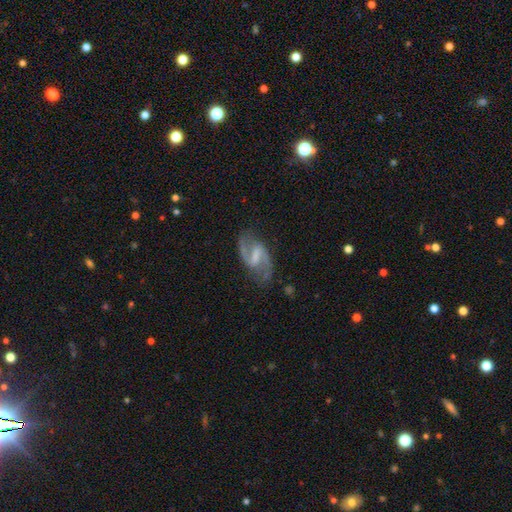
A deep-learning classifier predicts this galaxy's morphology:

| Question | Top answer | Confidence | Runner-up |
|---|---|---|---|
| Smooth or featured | featured or disk | 89% | smooth (6%) |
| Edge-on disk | no | 97% | yes (3%) |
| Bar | weak | 48% | strong (42%) |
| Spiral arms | yes | 97% | no (3%) |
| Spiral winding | medium | 50% | loose (39%) |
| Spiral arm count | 2 | 93% | can't tell (2%) |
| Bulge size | none | 44% | small (32%) |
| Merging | none | 79% | minor disturbance (14%) |